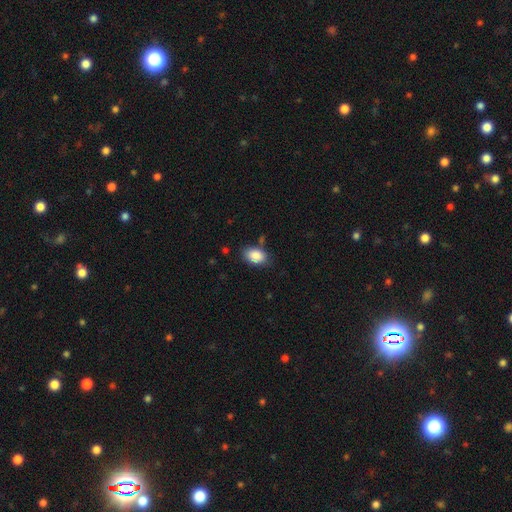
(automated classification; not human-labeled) Overall: smooth (88%). How rounded: in between (87%). Merging: none (75%).